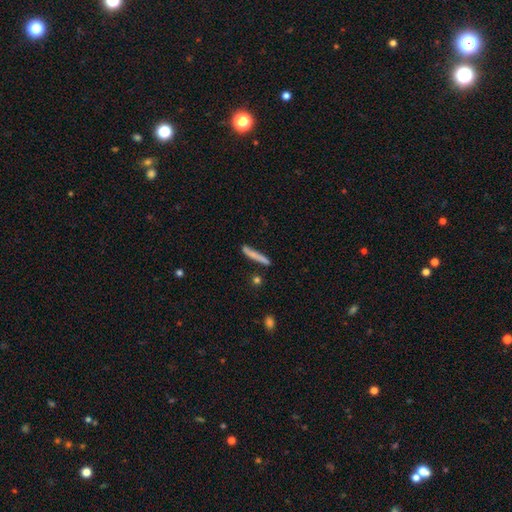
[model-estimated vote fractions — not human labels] The model was most divided on "smooth or featured": smooth: 70%, featured or disk: 23%, star or artifact: 7%. More confident: how rounded — cigar-shaped (94%); merging — none (77%).